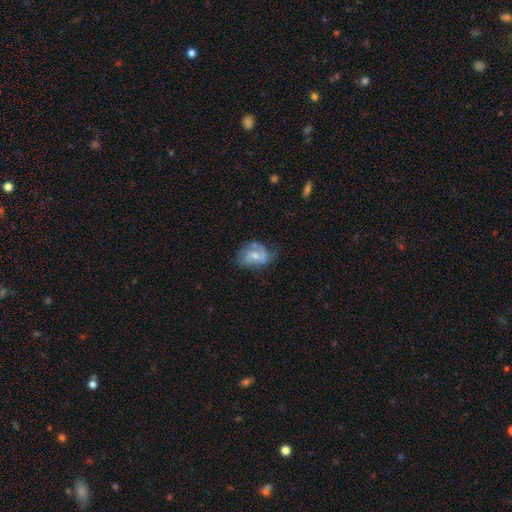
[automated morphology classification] smooth_or_featured: featured or disk (p=0.63) [alt: smooth p=0.29]
disk_edge_on: no (p=0.97) [alt: yes p=0.03]
bar: no (p=0.59) [alt: weak p=0.35]
has_spiral_arms: yes (p=0.81) [alt: no p=0.19]
bulge_size: moderate (p=0.44) [alt: small p=0.41]
merging: none (p=0.50) [alt: minor disturbance p=0.27]